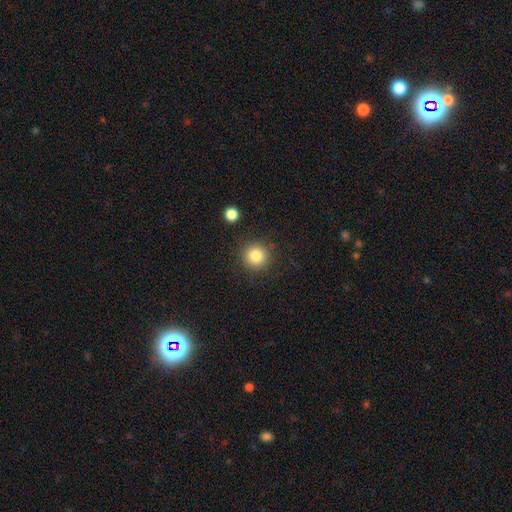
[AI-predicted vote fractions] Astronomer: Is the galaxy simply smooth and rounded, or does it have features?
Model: smooth — 84%.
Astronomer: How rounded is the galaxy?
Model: round — 94%.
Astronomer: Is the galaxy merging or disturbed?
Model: none — 87%.